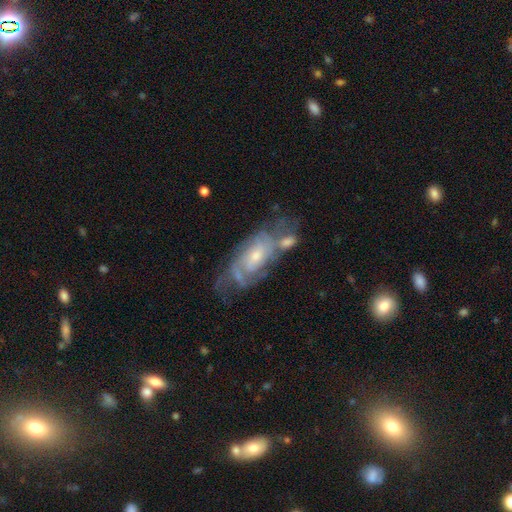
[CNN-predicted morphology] Smooth or featured? featured or disk (78%)
Edge-on disk? no (93%)
Bar? no (68%)
Spiral arms? yes (86%)
Spiral winding? tight (53%)
Spiral arm count? can't tell (48%)
Bulge size? small (50%)
Merging? none (44%)